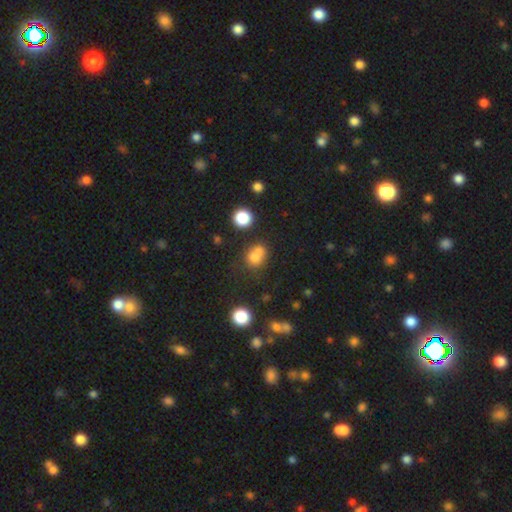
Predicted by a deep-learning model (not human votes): A smooth galaxy with no disk features (72%) that is round (67%). Merging: merger (50%).